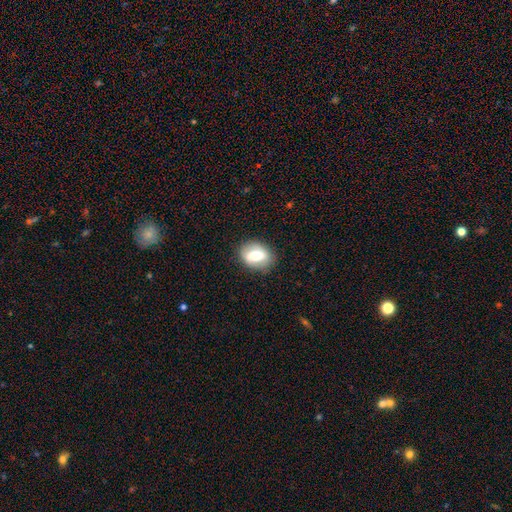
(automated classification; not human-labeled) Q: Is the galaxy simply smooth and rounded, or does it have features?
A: smooth — 61%.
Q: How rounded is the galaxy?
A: in between — 66%.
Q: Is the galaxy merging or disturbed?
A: none — 84%.